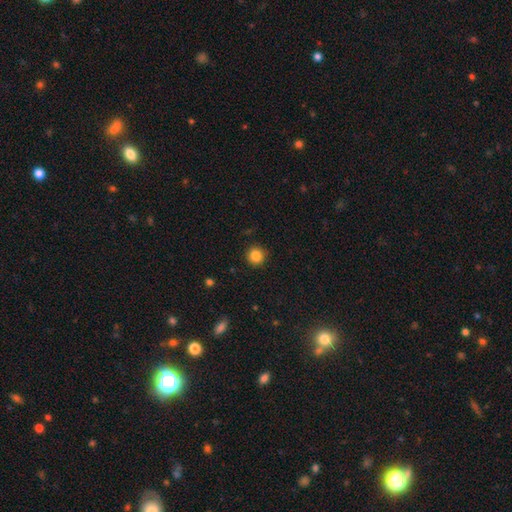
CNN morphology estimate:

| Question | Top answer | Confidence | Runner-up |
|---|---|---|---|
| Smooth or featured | smooth | 85% | star or artifact (10%) |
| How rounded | round | 93% | in between (6%) |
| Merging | none | 91% | minor disturbance (6%) |